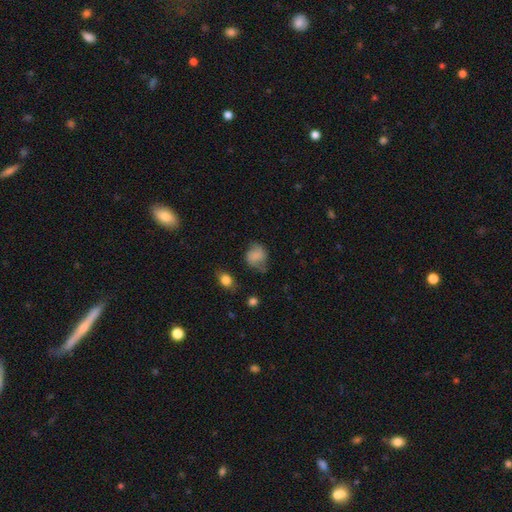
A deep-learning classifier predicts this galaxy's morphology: A smooth galaxy with no disk features (64%) that is round (57%). Merging: none (54%).